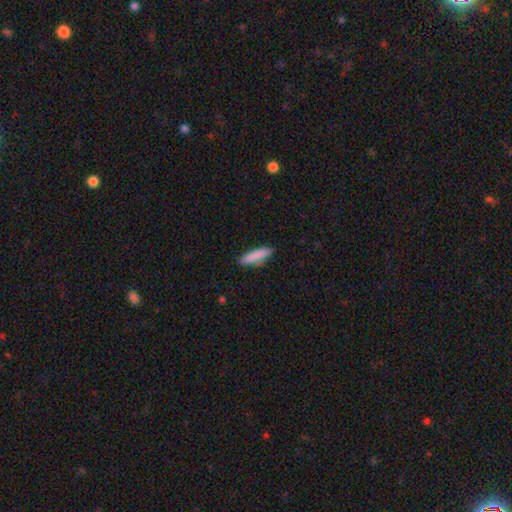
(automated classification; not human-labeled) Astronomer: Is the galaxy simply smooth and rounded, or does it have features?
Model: smooth — 85%.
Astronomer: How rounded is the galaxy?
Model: cigar-shaped — 74%.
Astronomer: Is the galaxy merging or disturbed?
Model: none — 81%.